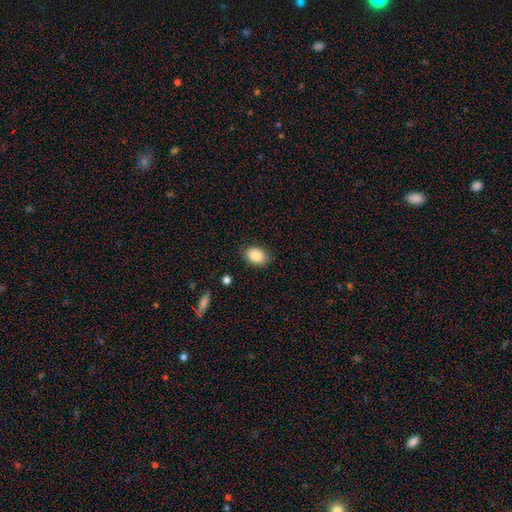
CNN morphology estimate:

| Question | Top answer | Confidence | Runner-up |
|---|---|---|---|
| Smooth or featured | smooth | 88% | star or artifact (7%) |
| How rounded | in between | 84% | round (15%) |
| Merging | none | 85% | minor disturbance (11%) |